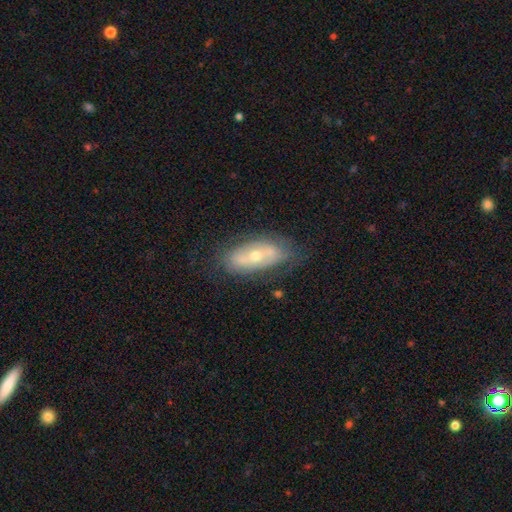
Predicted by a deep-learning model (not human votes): This is likely a featured or disk galaxy (60%). It is clearly not viewed edge-on (85%). Bar: likely no (62%). Spiral arm pattern: possibly no (53%). Central bulge: possibly moderate (55%). Merging: likely none (70%).